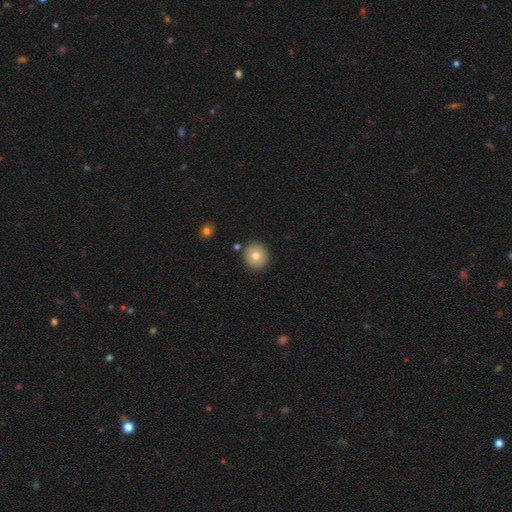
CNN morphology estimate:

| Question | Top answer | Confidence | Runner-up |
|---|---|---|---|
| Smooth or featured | smooth | 75% | featured or disk (16%) |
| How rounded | round | 90% | in between (9%) |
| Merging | none | 89% | minor disturbance (6%) |